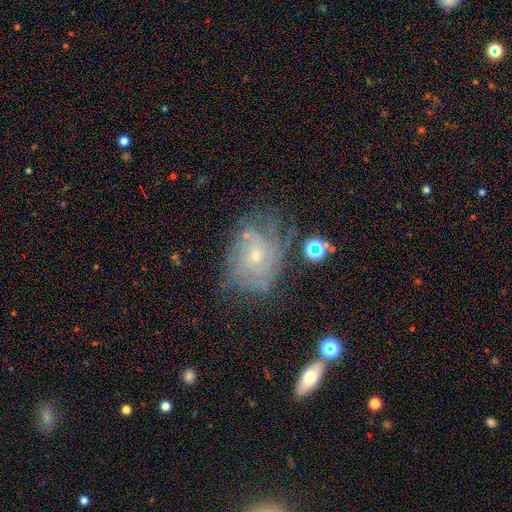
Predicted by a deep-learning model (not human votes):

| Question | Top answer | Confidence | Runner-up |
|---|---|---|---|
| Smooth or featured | featured or disk | 75% | smooth (15%) |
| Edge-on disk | no | 96% | yes (4%) |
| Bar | no | 79% | weak (18%) |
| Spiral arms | yes | 88% | no (12%) |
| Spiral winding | tight | 66% | medium (26%) |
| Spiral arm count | can't tell | 51% | 3 (12%) |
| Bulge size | small | 73% | moderate (24%) |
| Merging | none | 62% | minor disturbance (22%) |